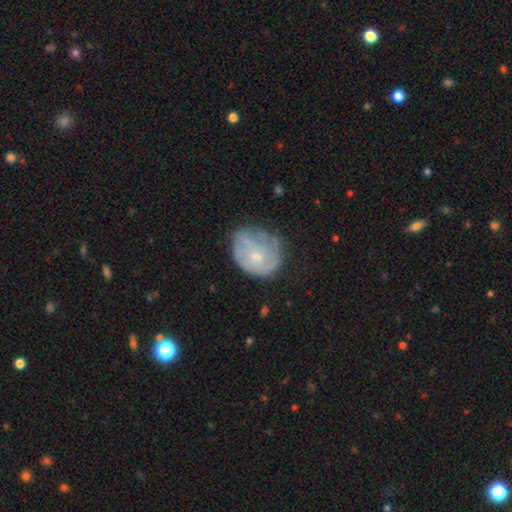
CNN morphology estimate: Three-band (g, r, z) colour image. It shows a featured or disk galaxy (53%) with no bar (78%), spiral arms (56%) and a small central bulge (69%). Merging: none (51%).